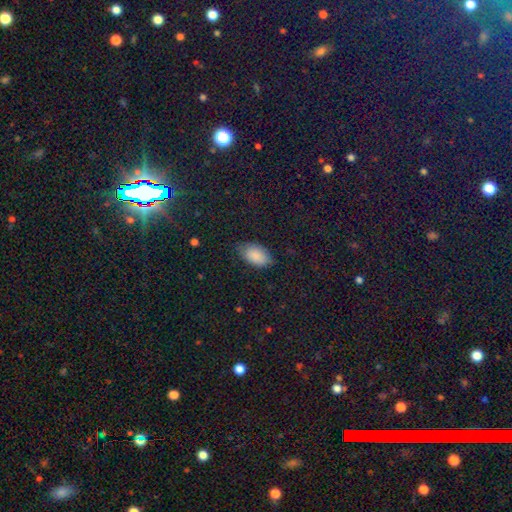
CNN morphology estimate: type=smooth (85%); roundness=in between (94%); merging=none (74%).